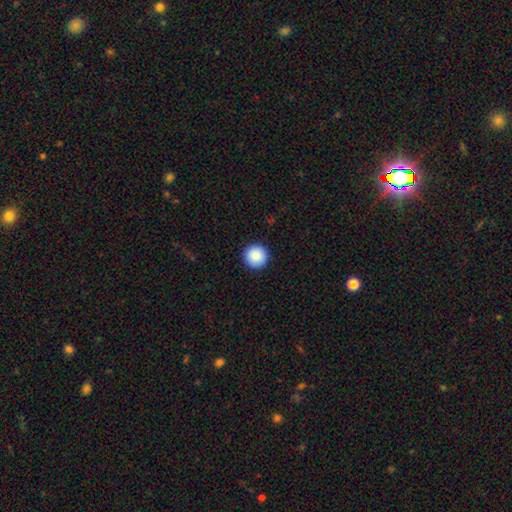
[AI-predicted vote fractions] A smooth galaxy with no disk features (89%) that is round (97%). Merging: none (93%).